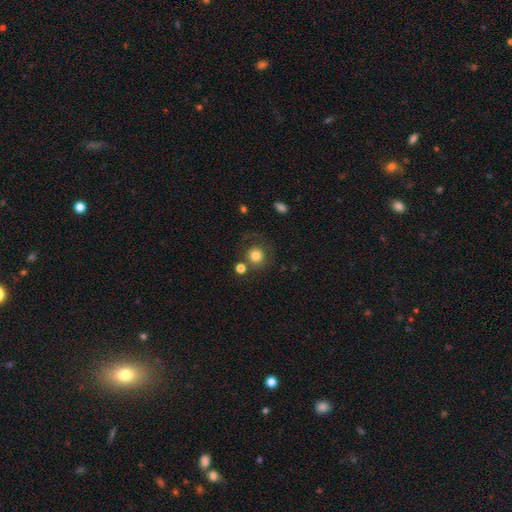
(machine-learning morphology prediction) The model was most divided on "merging": none: 64%, minor disturbance: 13%, merger: 12%, major disturbance: 11%. More confident: how rounded — round (89%); smooth or featured — smooth (78%).